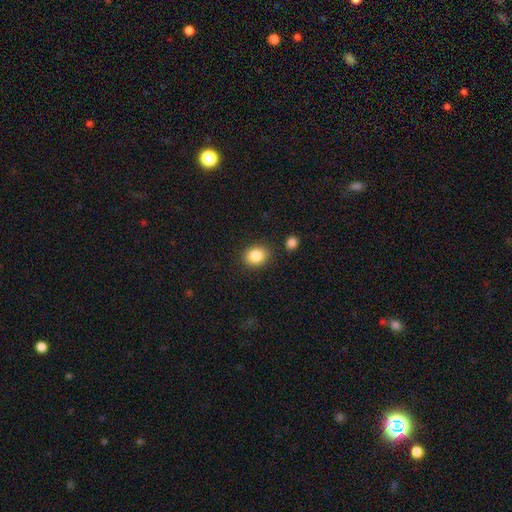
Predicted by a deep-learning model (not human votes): smooth_or_featured: smooth (p=0.86) [alt: star or artifact p=0.09]
how_rounded: round (p=0.55) [alt: in between p=0.44]
merging: none (p=0.86) [alt: minor disturbance p=0.09]